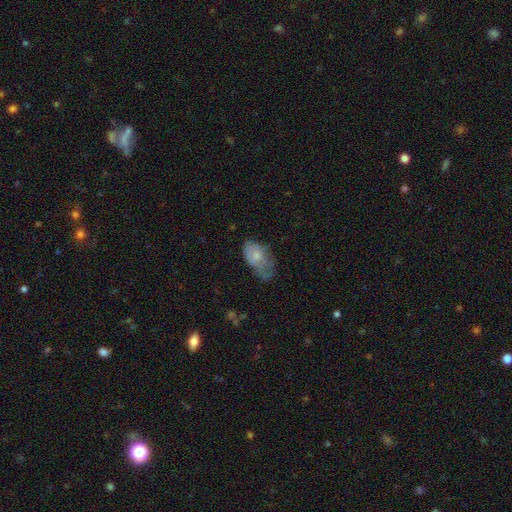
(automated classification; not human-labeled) The model was most divided on "merging": minor disturbance: 38%, none: 32%, major disturbance: 27%, merger: 2%. More confident: how rounded — in between (92%); smooth or featured — smooth (61%).